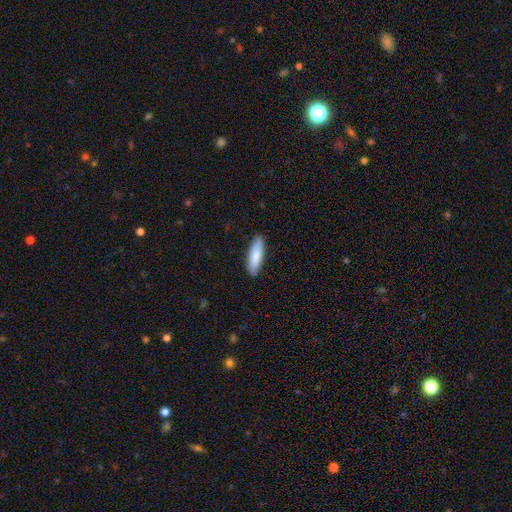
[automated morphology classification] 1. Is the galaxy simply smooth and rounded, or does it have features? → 82% smooth, 13% featured or disk, 5% star or artifact.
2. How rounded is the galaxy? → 62% cigar-shaped, 37% in between, 2% round.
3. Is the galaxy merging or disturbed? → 90% none, 8% minor disturbance, 2% major disturbance, 1% merger.